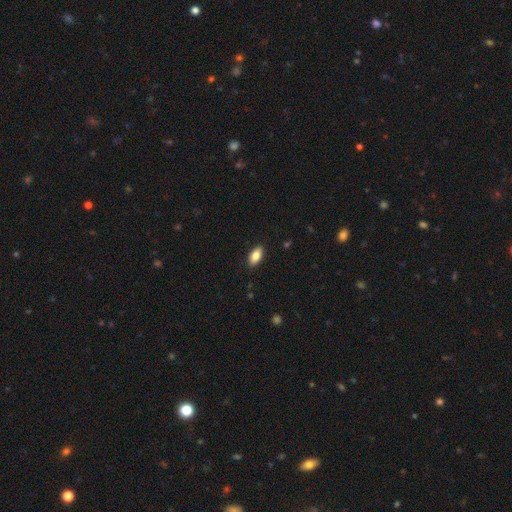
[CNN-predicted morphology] smooth-or-featured: smooth: 84% | featured or disk: 8% | star or artifact: 7%
  how-rounded: in between: 91% | cigar-shaped: 6% | round: 3%
  merging: none: 89% | minor disturbance: 9% | major disturbance: 2% | merger: 1%